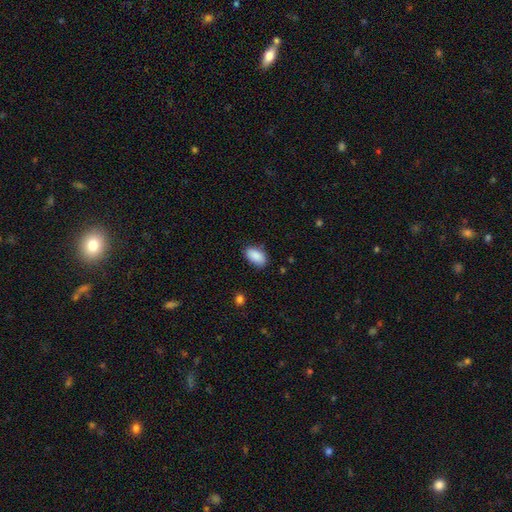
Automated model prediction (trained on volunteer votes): This is clearly a smooth galaxy (90%). How rounded: clearly in between (94%). Merging: clearly none (82%).